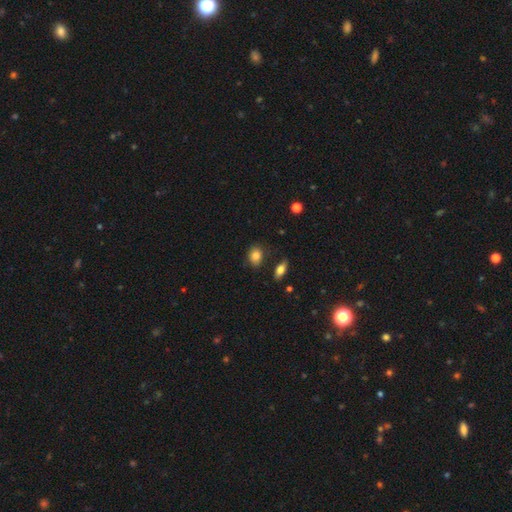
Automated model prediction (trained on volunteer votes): The model was most divided on "how rounded": in between: 61%, round: 37%, cigar-shaped: 2%. More confident: smooth or featured — smooth (84%); merging — none (76%).